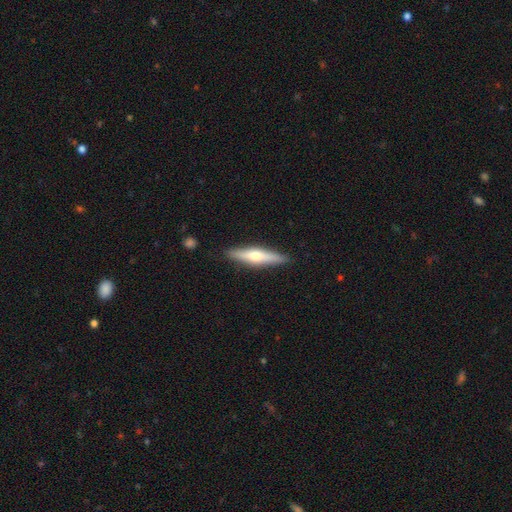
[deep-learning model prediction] Smooth or featured? Predicted: featured or disk (p=0.55). Edge-on disk? Predicted: yes (p=0.94). Edge-on bulge? Predicted: rounded (p=0.90). Merging? Predicted: none (p=0.89).